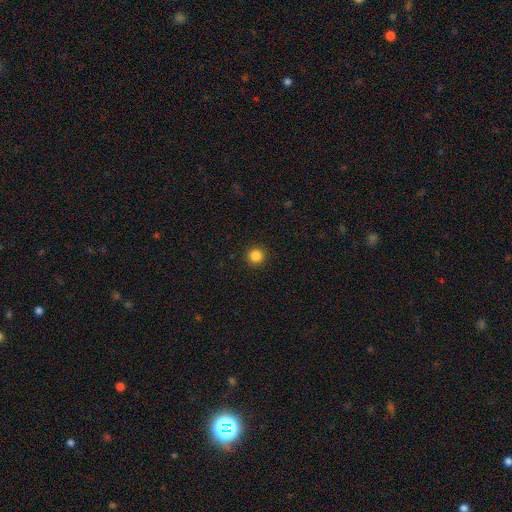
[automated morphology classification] type=smooth (85%); roundness=round (95%); merging=none (93%).